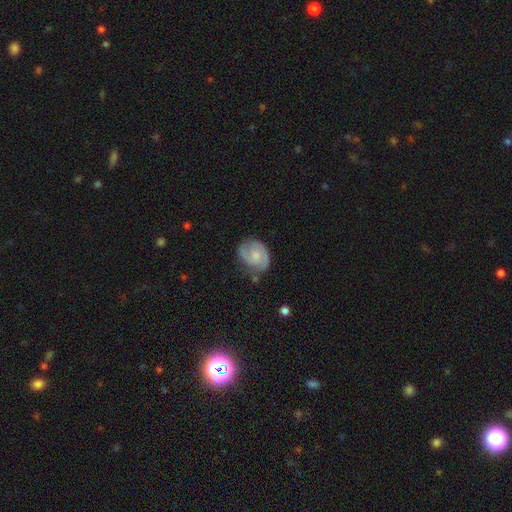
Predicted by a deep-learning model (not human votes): smooth_or_featured: featured or disk (p=0.77) [alt: smooth p=0.17]
disk_edge_on: no (p=0.98) [alt: yes p=0.02]
bar: no (p=0.55) [alt: weak p=0.40]
has_spiral_arms: yes (p=0.95) [alt: no p=0.05]
spiral_winding: medium (p=0.47) [alt: tight p=0.40]
spiral_arm_count: 2 (p=0.83) [alt: can't tell p=0.07]
bulge_size: small (p=0.43) [alt: moderate p=0.34]
merging: none (p=0.69) [alt: minor disturbance p=0.21]